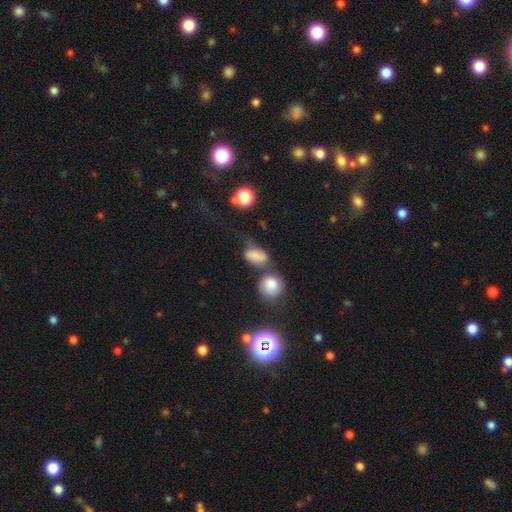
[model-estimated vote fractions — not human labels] Overall: smooth (78%). How rounded: in between (77%). Merging: none (36%; merger 30%).